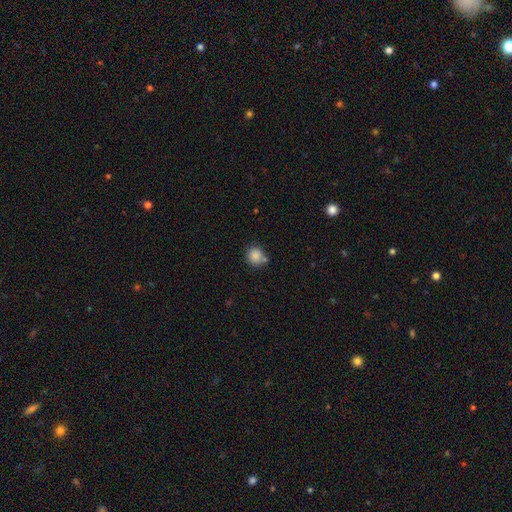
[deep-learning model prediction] Smooth or featured?
  - smooth: 85% *
  - star or artifact: 9%
  - featured or disk: 5%
How rounded?
  - round: 89% *
  - in between: 10%
  - cigar-shaped: 1%
Merging?
  - none: 64% *
  - merger: 17%
  - minor disturbance: 15%
  - major disturbance: 4%